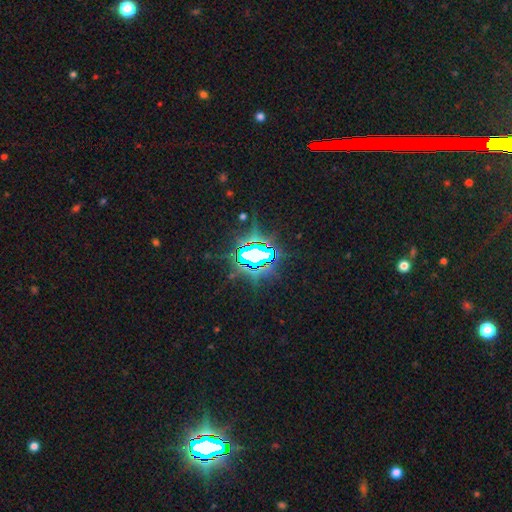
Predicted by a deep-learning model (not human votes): Overall: star or artifact (79%).